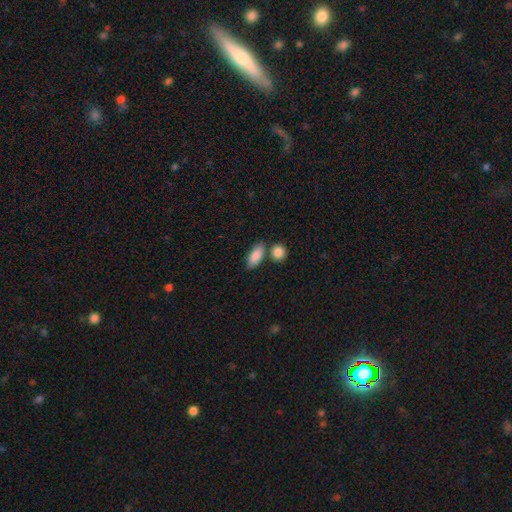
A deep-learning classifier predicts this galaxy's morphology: This is clearly a smooth galaxy (88%). How rounded: clearly in between (86%). Merging: likely none (67%).